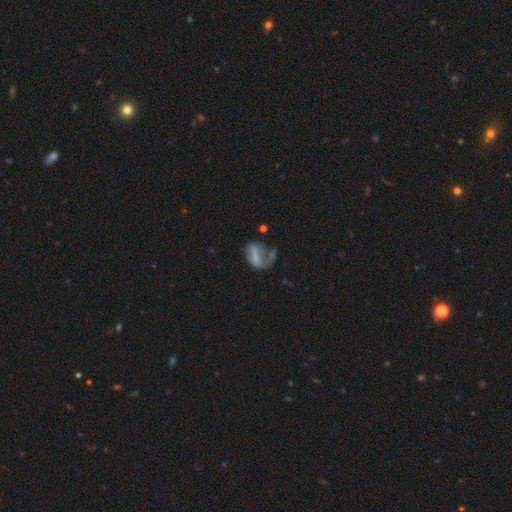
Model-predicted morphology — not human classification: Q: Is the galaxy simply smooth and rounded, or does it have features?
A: smooth — 45%.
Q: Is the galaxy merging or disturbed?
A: major disturbance — 47%.